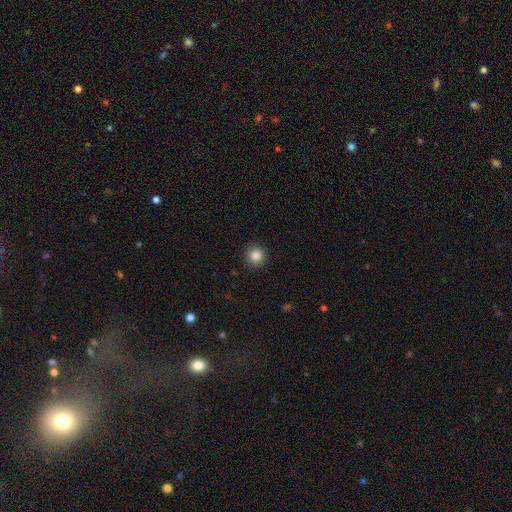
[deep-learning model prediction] Morphology: type=smooth (85%); roundness=round (95%); merging=none (92%).